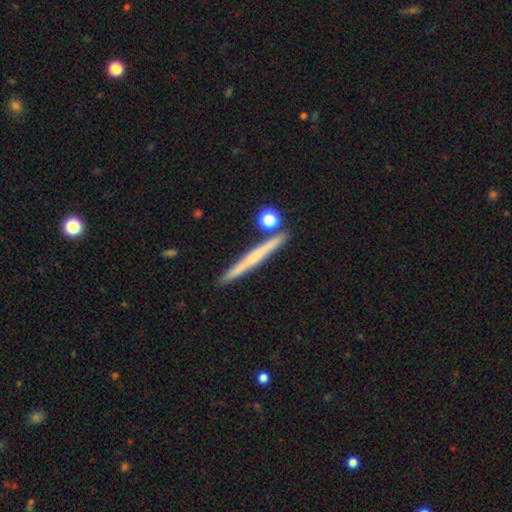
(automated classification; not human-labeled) Overall: smooth (47%; featured or disk 46%). Merging: none (85%).